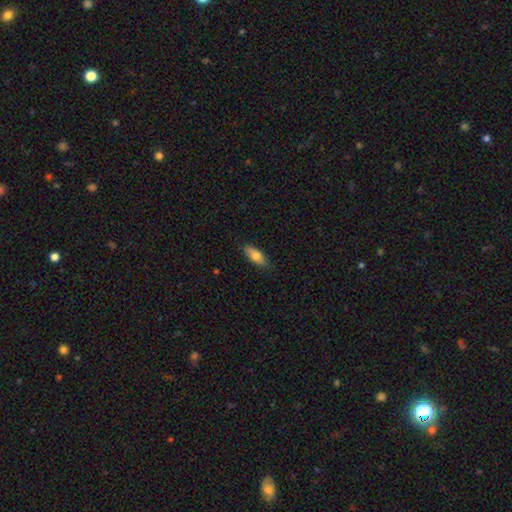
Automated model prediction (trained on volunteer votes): This appears to be a smooth galaxy with no disk features (76%) that is in between round and cigar-shaped (75%). Merging: none (84%).